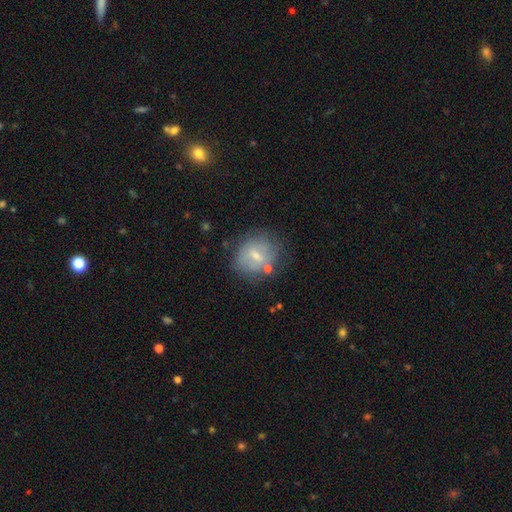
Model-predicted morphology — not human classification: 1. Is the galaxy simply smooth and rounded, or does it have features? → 51% smooth, 40% featured or disk, 9% star or artifact.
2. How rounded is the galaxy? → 70% round, 29% in between, 1% cigar-shaped.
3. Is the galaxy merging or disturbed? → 65% none, 20% minor disturbance, 8% major disturbance, 7% merger.